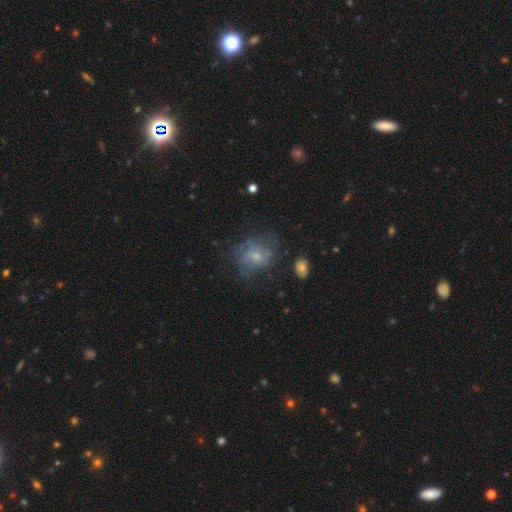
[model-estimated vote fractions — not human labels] A featured or disk galaxy (60%) with no bar (49%), spiral arms (75%) and a small central bulge (53%).

Vote fractions:
- Smooth or featured? featured or disk: 60% / smooth: 30% / star or artifact: 10%
- Edge-on disk? no: 97% / yes: 3%
- Bar? no: 49% / weak: 45% / strong: 7%
- Spiral arms? yes: 75% / no: 25%
- Bulge size? small: 53% / moderate: 36% / none: 7% / large: 3% / dominant: 1%
- Merging? none: 55% / minor disturbance: 24% / major disturbance: 19% / merger: 2%